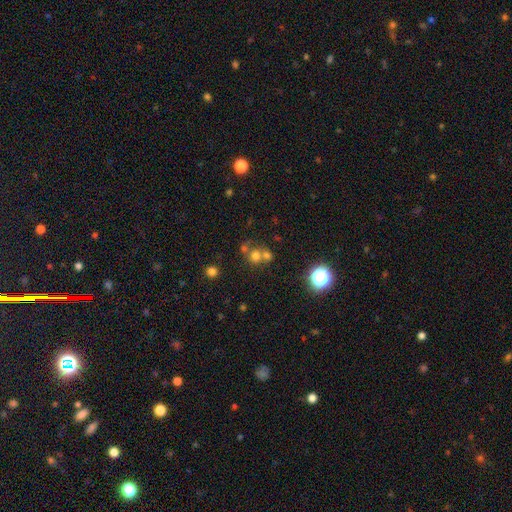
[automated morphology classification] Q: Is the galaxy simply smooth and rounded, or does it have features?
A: smooth — 65%.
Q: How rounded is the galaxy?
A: round — 84%.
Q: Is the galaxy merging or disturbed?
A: merger — 45%.